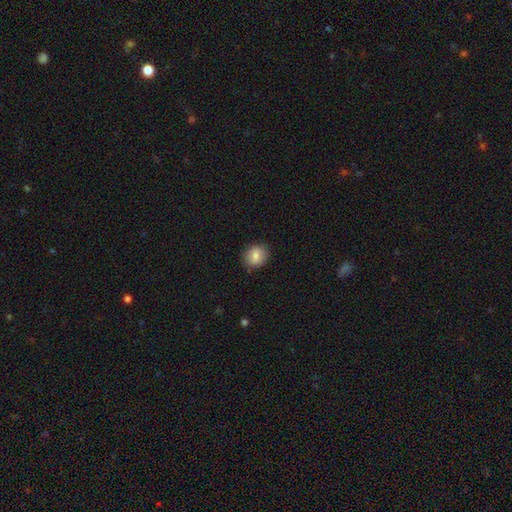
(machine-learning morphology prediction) Overall: smooth (80%). How rounded: round (58%; in between 41%). Merging: none (85%).